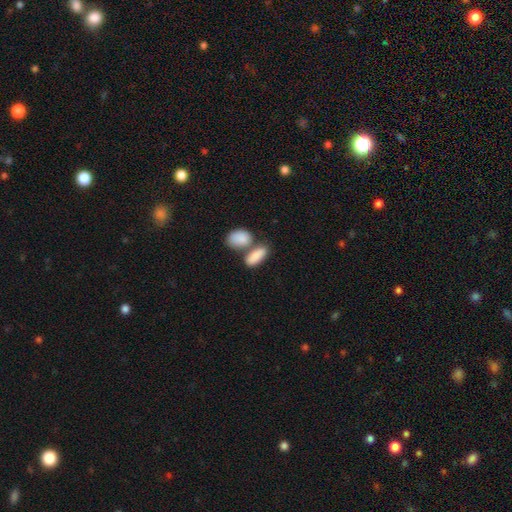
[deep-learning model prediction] This is clearly a smooth galaxy (87%). How rounded: clearly in between (88%). Merging: marginally merger (45%).